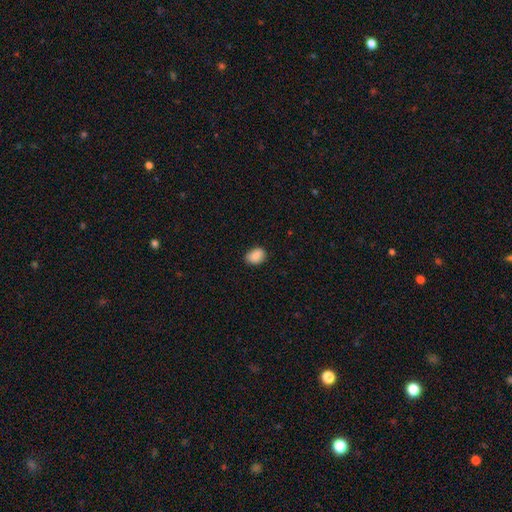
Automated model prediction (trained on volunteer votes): A smooth galaxy with no disk features (88%) that is in between round and cigar-shaped (76%). Merging: none (82%).